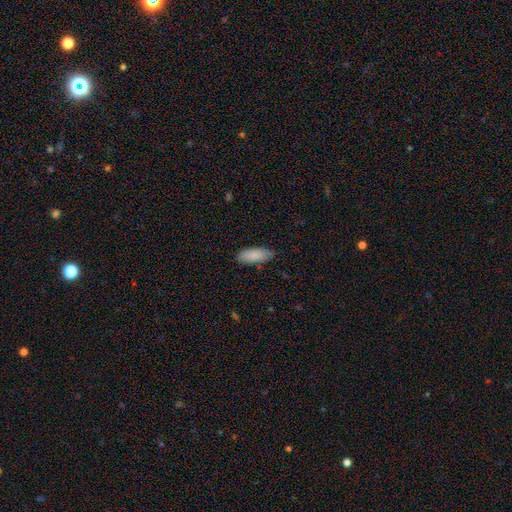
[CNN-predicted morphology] This appears to be a smooth galaxy with no disk features (80%) that is in between round and cigar-shaped (61%). Merging: none (86%).